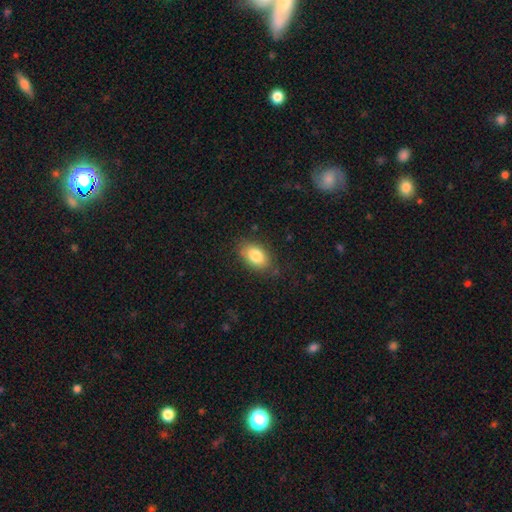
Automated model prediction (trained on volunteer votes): A smooth galaxy with no disk features (83%) that is in between round and cigar-shaped (90%). Merging: none (79%).